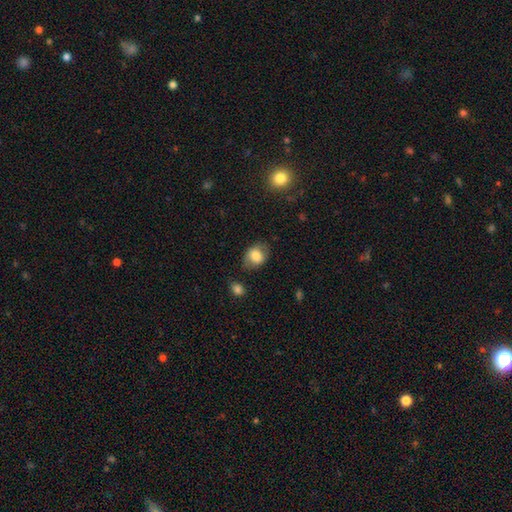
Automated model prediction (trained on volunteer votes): Smooth or featured: smooth — 75% (featured or disk — 16%)
How rounded: in between — 58% (round — 41%)
Merging: none — 72% (minor disturbance — 19%)